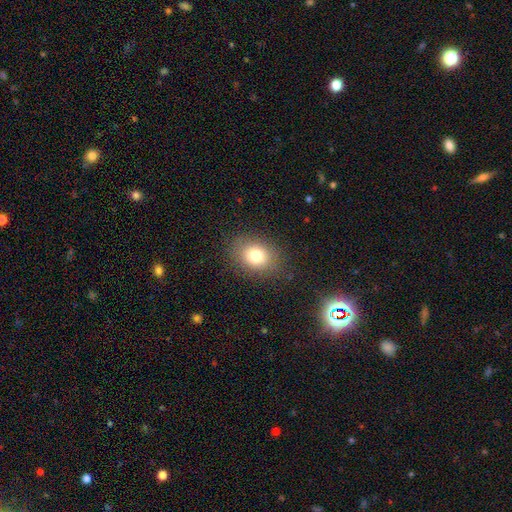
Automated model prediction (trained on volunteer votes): This appears to be a smooth galaxy with no disk features (78%) that is in between round and cigar-shaped (55%). Merging: none (83%).